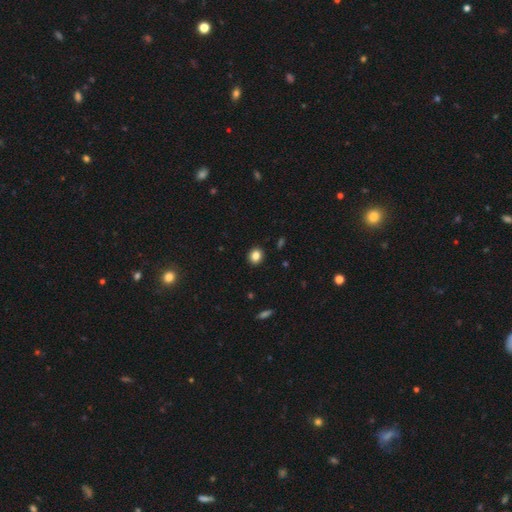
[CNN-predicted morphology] smooth-or-featured: smooth: 84% | star or artifact: 11% | featured or disk: 5%
  how-rounded: round: 77% | in between: 22% | cigar-shaped: 1%
  merging: none: 91% | minor disturbance: 6% | major disturbance: 2% | merger: 1%